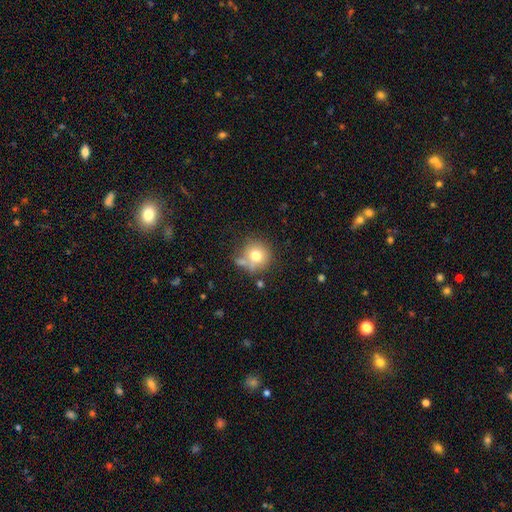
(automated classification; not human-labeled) Smooth or featured: smooth — 74% (featured or disk — 15%)
How rounded: round — 90% (in between — 9%)
Merging: none — 64% (minor disturbance — 17%)